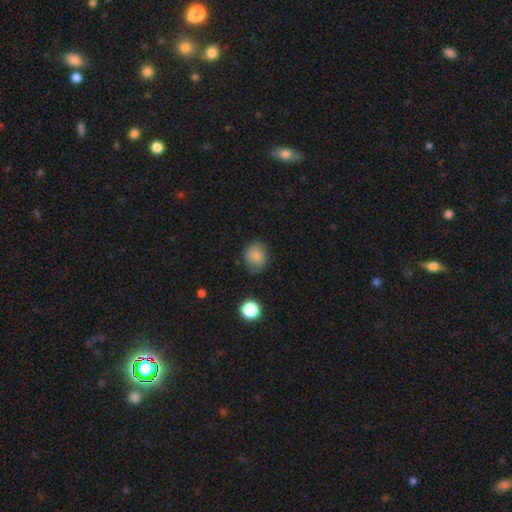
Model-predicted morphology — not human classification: Smooth or featured? smooth (83%)
How rounded? round (58%)
Merging? none (75%)